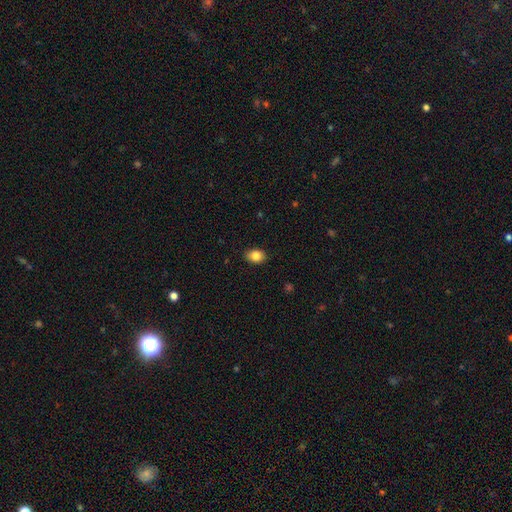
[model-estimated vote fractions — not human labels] Smooth or featured? smooth (86%)
How rounded? in between (71%)
Merging? none (88%)